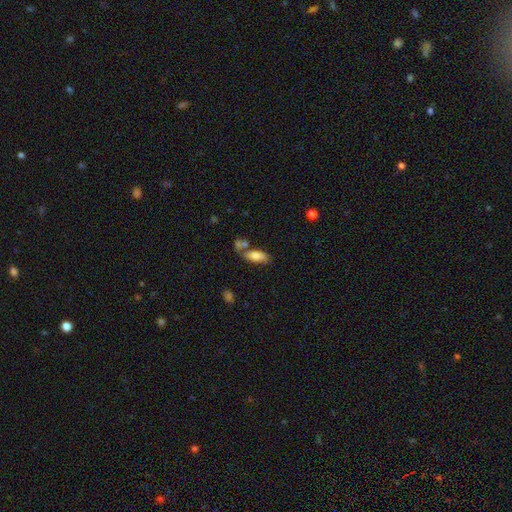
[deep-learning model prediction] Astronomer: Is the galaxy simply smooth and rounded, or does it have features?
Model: smooth — 77%.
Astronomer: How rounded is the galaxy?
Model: in between — 81%.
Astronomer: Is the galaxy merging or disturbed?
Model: none — 59%.